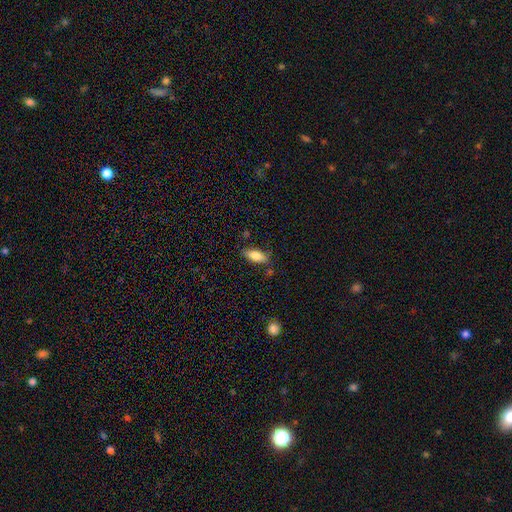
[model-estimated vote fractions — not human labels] Morphology: type=smooth (81%); roundness=in between (79%); merging=none (75%).